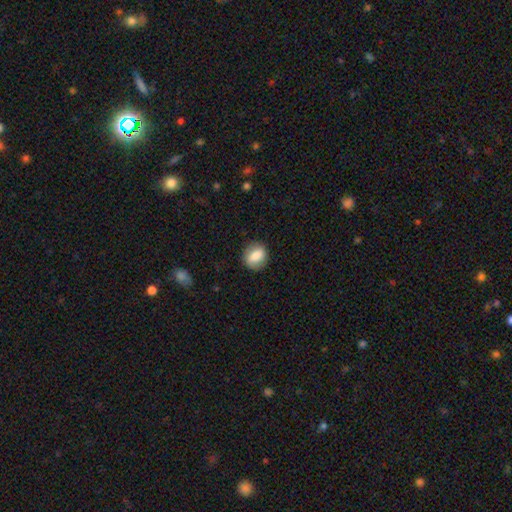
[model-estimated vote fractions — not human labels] Morphology: type=smooth (79%); roundness=round (62%); merging=none (84%).